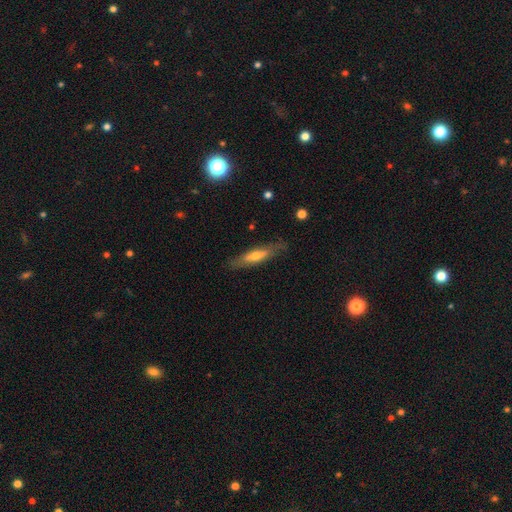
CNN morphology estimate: Overall: featured or disk (50%; smooth 44%). Merging: none (80%).